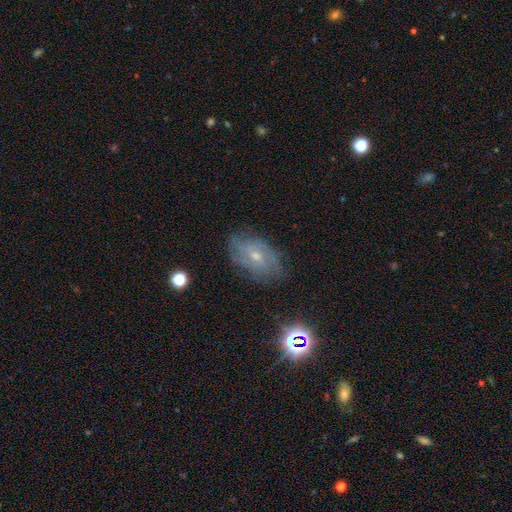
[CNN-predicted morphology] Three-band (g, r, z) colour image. It shows a featured or disk galaxy (60%) with no bar (62%), spiral arms (77%) and a small central bulge (55%). Merging: none (73%).